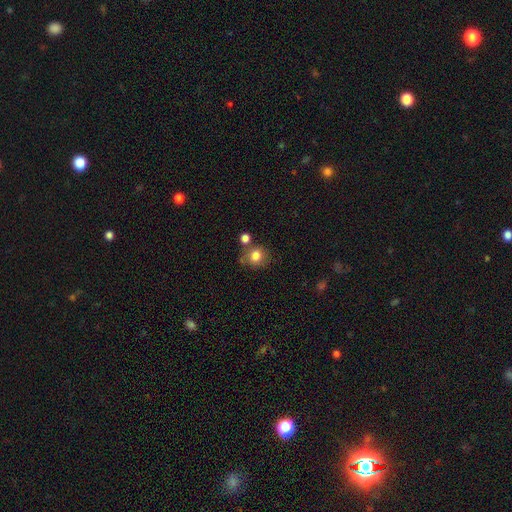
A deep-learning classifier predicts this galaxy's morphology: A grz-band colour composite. It shows a smooth galaxy with no disk features (81%) that is round (77%). Merging: none (66%).